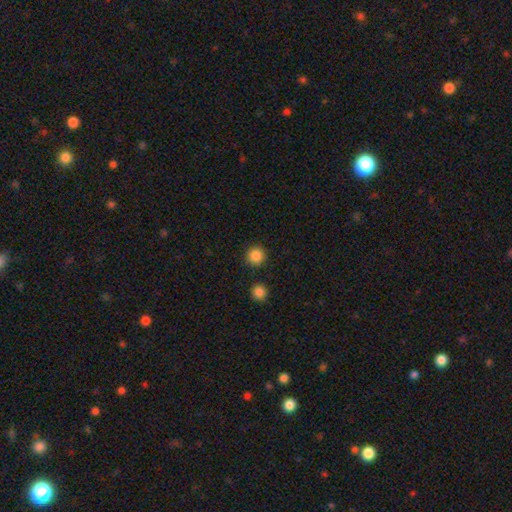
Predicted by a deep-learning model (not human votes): smooth 86%, star or artifact 10%, featured or disk 4%. Down the decision tree: how rounded — round (95%); merging — none (91%).